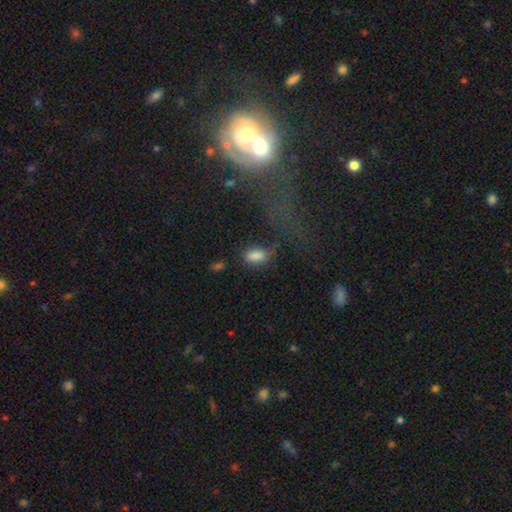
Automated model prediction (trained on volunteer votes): A smooth galaxy with no disk features (82%) that is in between round and cigar-shaped (90%). Merging: none (51%).